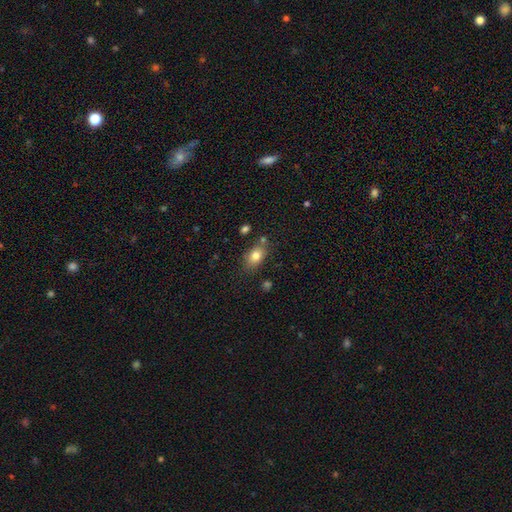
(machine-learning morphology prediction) Overall: smooth (80%). How rounded: in between (78%). Merging: none (74%).